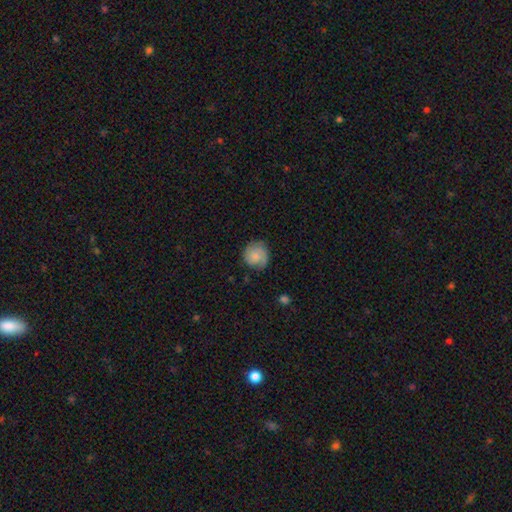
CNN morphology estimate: A smooth galaxy with no disk features (67%) that is round (87%). Merging: none (70%).